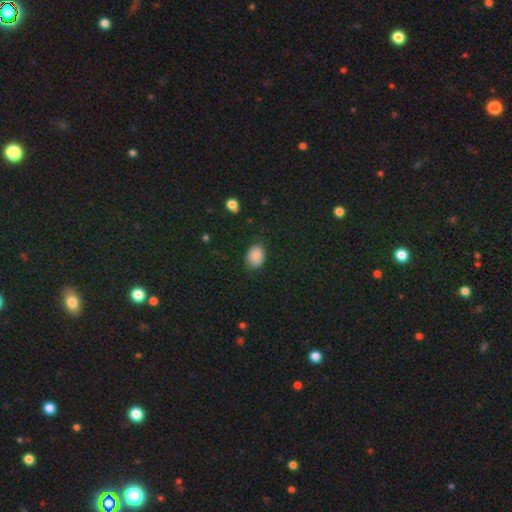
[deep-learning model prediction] Smooth or featured: smooth — 85% (star or artifact — 9%)
How rounded: in between — 69% (round — 30%)
Merging: none — 79% (minor disturbance — 16%)